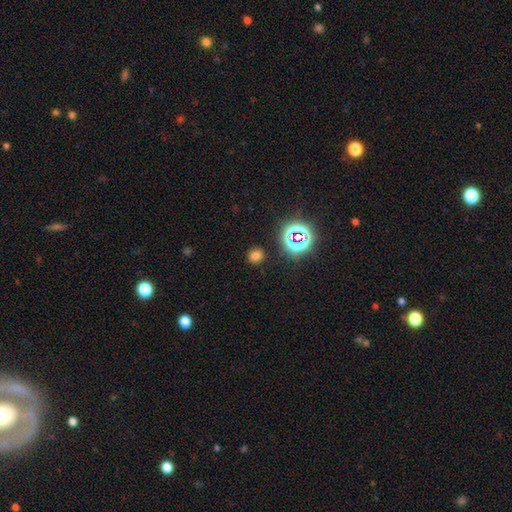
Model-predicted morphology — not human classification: Smooth or featured: smooth — 67% (star or artifact — 27%)
How rounded: round — 78% (in between — 21%)
Merging: none — 87% (minor disturbance — 8%)